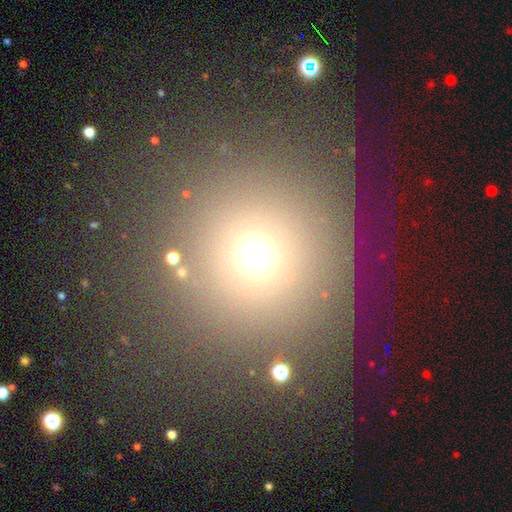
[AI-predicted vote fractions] This appears to be a smooth galaxy with no disk features (63%) that is round (93%). Merging: none (79%).